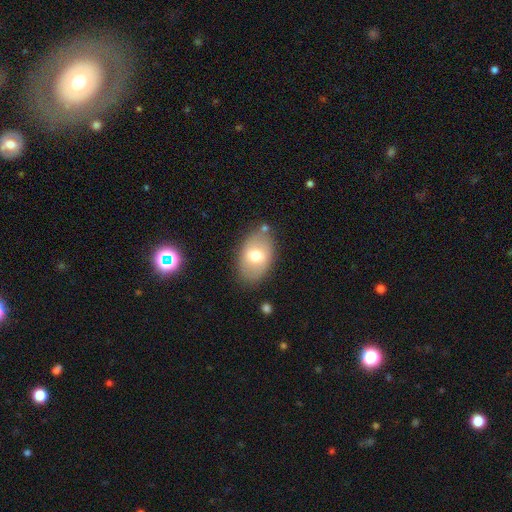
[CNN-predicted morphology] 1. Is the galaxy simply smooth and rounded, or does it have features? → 65% smooth, 27% featured or disk, 7% star or artifact.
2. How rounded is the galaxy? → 88% in between, 11% round, 1% cigar-shaped.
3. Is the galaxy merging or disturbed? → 78% none, 14% minor disturbance, 5% merger, 4% major disturbance.